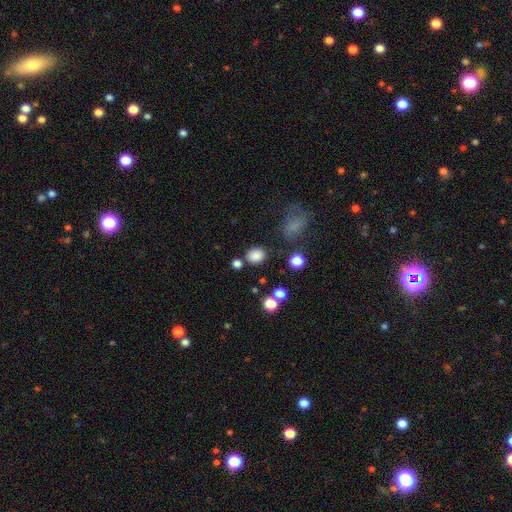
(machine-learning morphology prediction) smooth_or_featured: smooth (p=0.84) [alt: star or artifact p=0.11]
how_rounded: round (p=0.54) [alt: in between p=0.45]
merging: none (p=0.77) [alt: minor disturbance p=0.12]